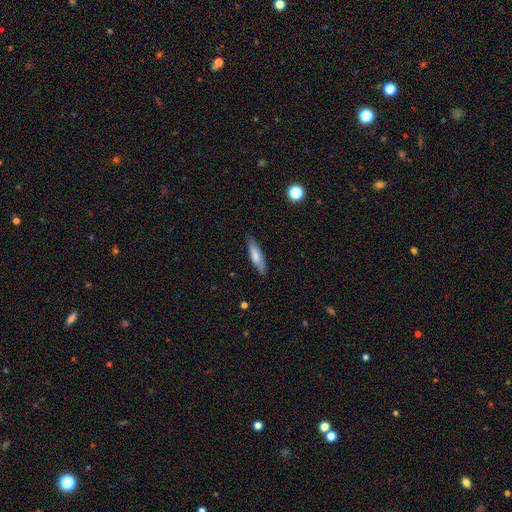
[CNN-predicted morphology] A smooth galaxy with no disk features (73%) that is cigar-shaped (73%).

Vote fractions:
- Smooth or featured? smooth: 73% / featured or disk: 21% / star or artifact: 6%
- How rounded? cigar-shaped: 73% / in between: 26% / round: 1%
- Merging? none: 85% / minor disturbance: 11% / major disturbance: 2% / merger: 1%